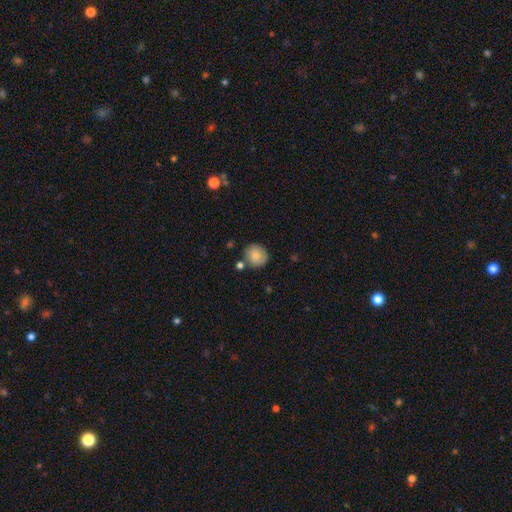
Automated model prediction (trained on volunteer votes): Overall: smooth (82%). How rounded: round (85%). Merging: none (76%).